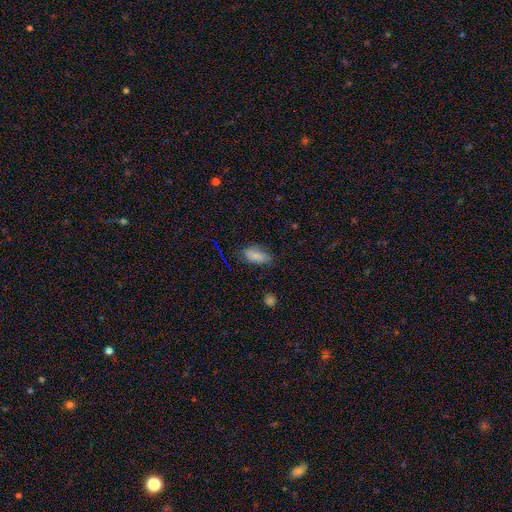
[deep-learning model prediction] Smooth or featured: smooth — 76% (star or artifact — 14%)
How rounded: in between — 86% (cigar-shaped — 11%)
Merging: none — 68% (minor disturbance — 23%)